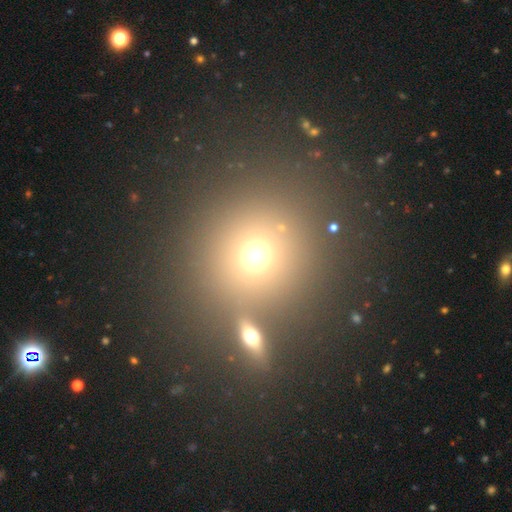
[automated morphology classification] smooth 65%, star or artifact 24%, featured or disk 11%. Down the decision tree: how rounded — round (90%); merging — none (74%).